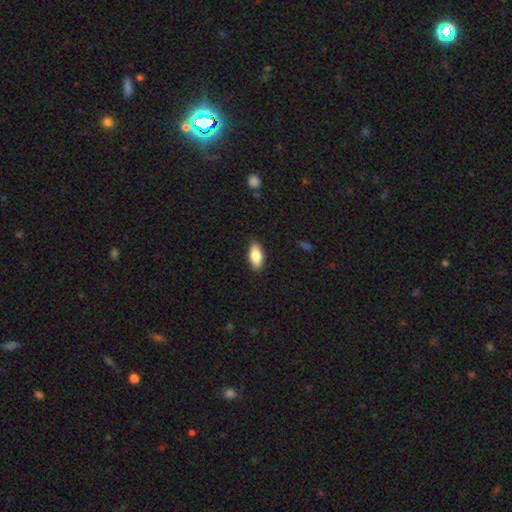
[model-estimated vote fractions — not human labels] This appears to be a smooth galaxy with no disk features (80%) that is in between round and cigar-shaped (88%). Merging: none (88%).